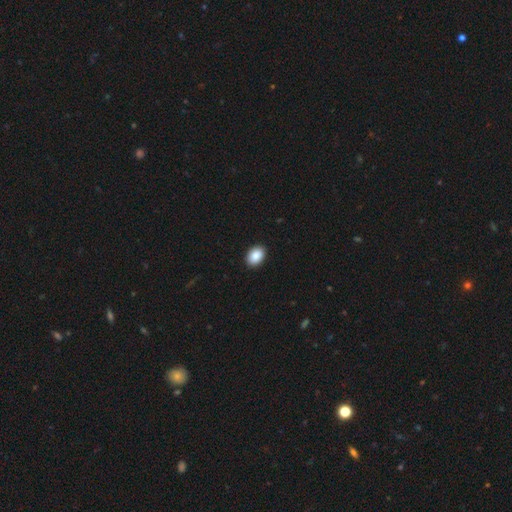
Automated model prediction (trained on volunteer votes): The model was most divided on "how rounded": in between: 79%, round: 20%, cigar-shaped: 1%. More confident: merging — none (91%); smooth or featured — smooth (89%).